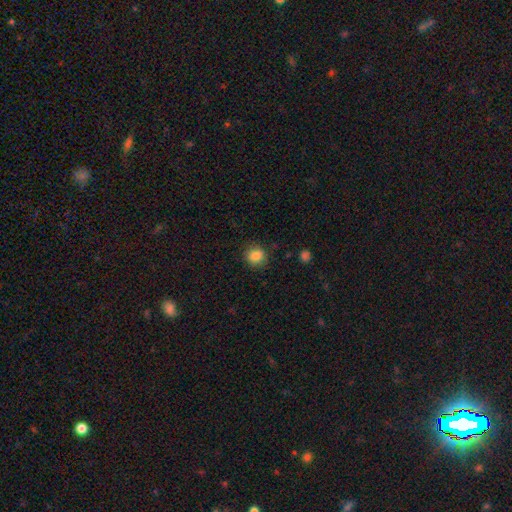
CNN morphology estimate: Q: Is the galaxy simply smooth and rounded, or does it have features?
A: smooth — 85%.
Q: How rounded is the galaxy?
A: round — 85%.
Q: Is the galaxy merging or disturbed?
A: none — 88%.